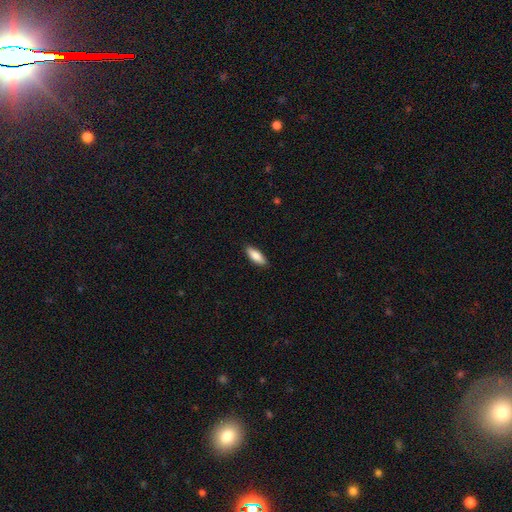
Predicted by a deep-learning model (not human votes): smooth 85%, featured or disk 9%, star or artifact 6%. Down the decision tree: how rounded — in between (70%); merging — none (88%).